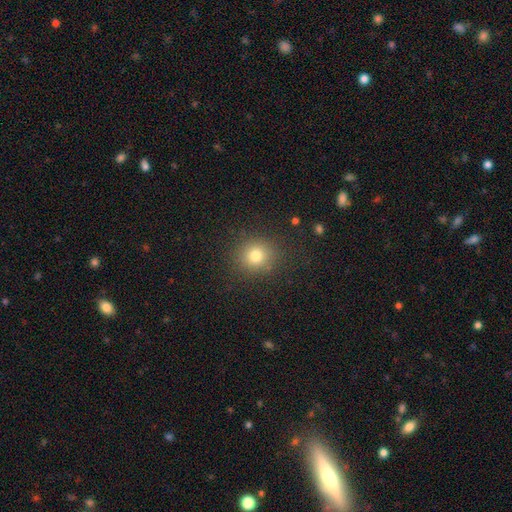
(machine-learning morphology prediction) A smooth galaxy with no disk features (78%) that is round (86%).

Vote fractions:
- Smooth or featured? smooth: 78% / star or artifact: 15% / featured or disk: 8%
- How rounded? round: 86% / in between: 13% / cigar-shaped: 1%
- Merging? none: 87% / minor disturbance: 8% / major disturbance: 3% / merger: 1%